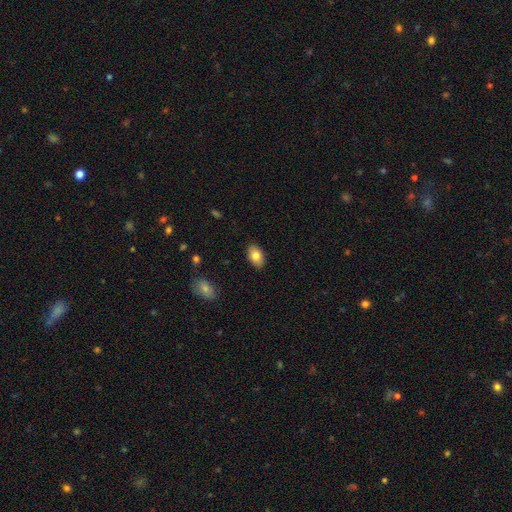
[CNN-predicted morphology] This is clearly a smooth galaxy (81%). How rounded: clearly in between (91%). Merging: clearly none (87%).